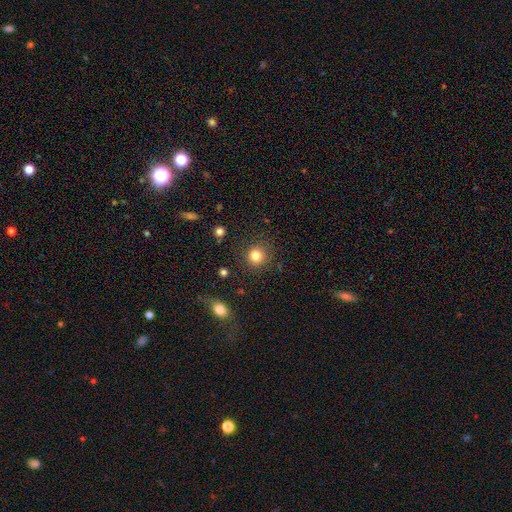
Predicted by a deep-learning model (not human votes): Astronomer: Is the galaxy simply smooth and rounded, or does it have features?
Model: smooth — 82%.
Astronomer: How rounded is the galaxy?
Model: round — 91%.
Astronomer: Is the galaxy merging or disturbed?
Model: none — 88%.